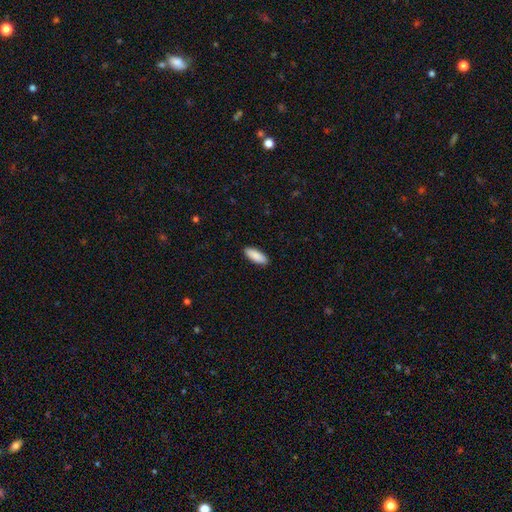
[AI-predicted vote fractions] Smooth or featured?
  - smooth: 90% *
  - star or artifact: 5%
  - featured or disk: 4%
How rounded?
  - in between: 73% *
  - cigar-shaped: 25%
  - round: 2%
Merging?
  - none: 91% *
  - minor disturbance: 7%
  - major disturbance: 1%
  - merger: 1%